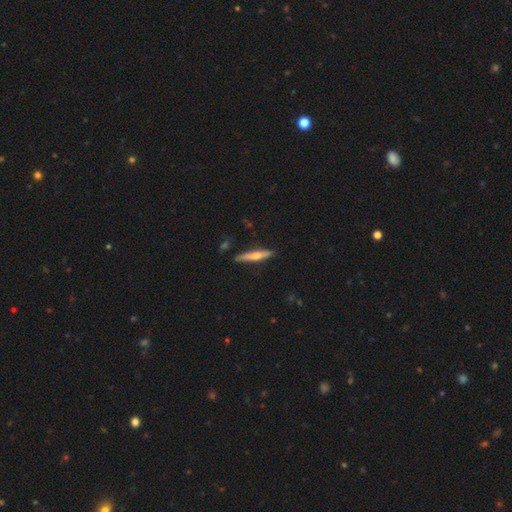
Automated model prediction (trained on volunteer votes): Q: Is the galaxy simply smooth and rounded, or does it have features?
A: smooth — 50%.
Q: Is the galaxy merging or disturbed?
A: none — 85%.